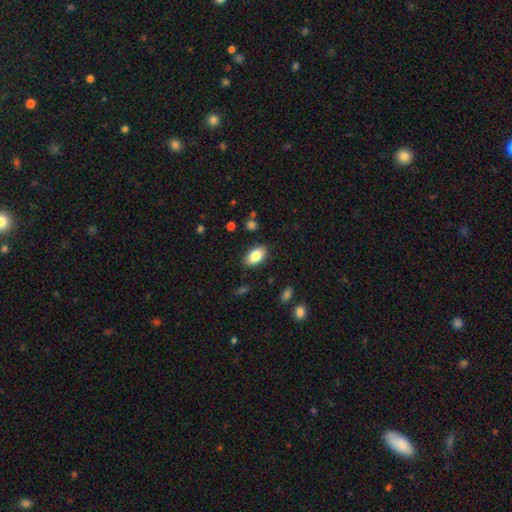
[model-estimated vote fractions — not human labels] smooth-or-featured: smooth: 85% | featured or disk: 8% | star or artifact: 7%
  how-rounded: in between: 93% | round: 5% | cigar-shaped: 2%
  merging: none: 86% | minor disturbance: 10% | major disturbance: 2% | merger: 1%